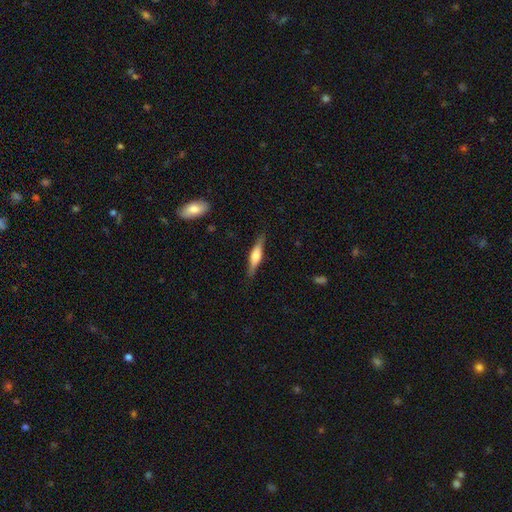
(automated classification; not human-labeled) Morphology: type=featured or disk (61%); edge-on=yes (96%); edge-on bulge=rounded (84%); merging=none (87%).